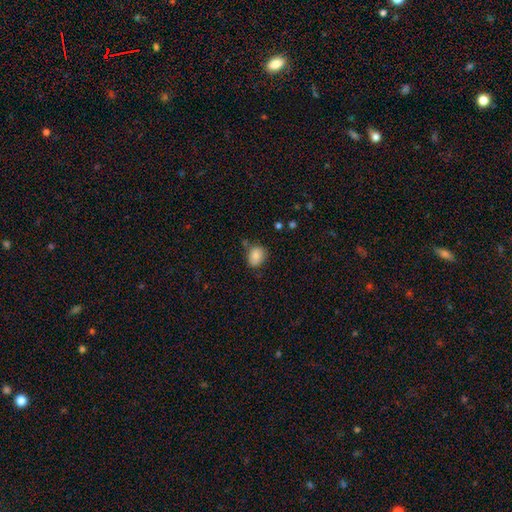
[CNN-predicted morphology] smooth 83%, star or artifact 9%, featured or disk 8%. Down the decision tree: how rounded — round (50%); merging — none (72%).